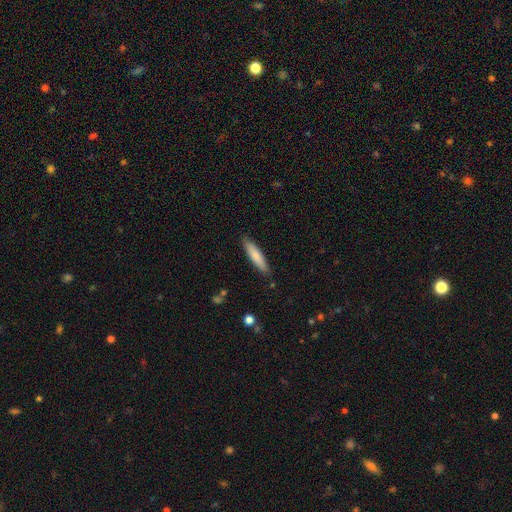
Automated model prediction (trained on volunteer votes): A smooth galaxy with no disk features (77%) that is cigar-shaped (81%).

Vote fractions:
- Smooth or featured? smooth: 77% / featured or disk: 18% / star or artifact: 6%
- How rounded? cigar-shaped: 81% / in between: 18% / round: 1%
- Merging? none: 87% / minor disturbance: 10% / major disturbance: 2% / merger: 1%